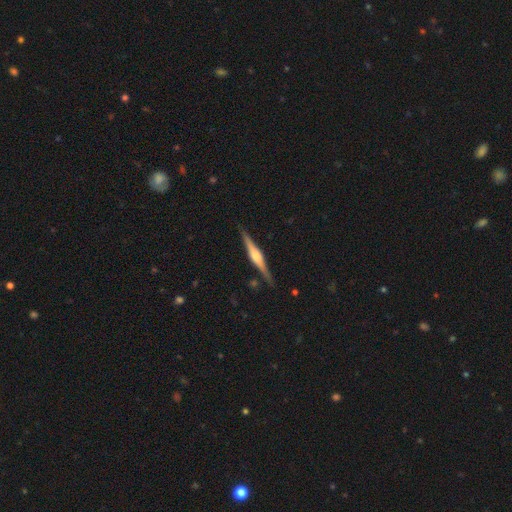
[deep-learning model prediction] Smooth or featured?
  - featured or disk: 79% *
  - smooth: 16%
  - star or artifact: 6%
Edge-on disk?
  - yes: 98% *
  - no: 2%
Edge-on bulge?
  - rounded: 77% *
  - boxy: 19%
  - none: 4%
Merging?
  - none: 89% *
  - minor disturbance: 8%
  - major disturbance: 2%
  - merger: 1%